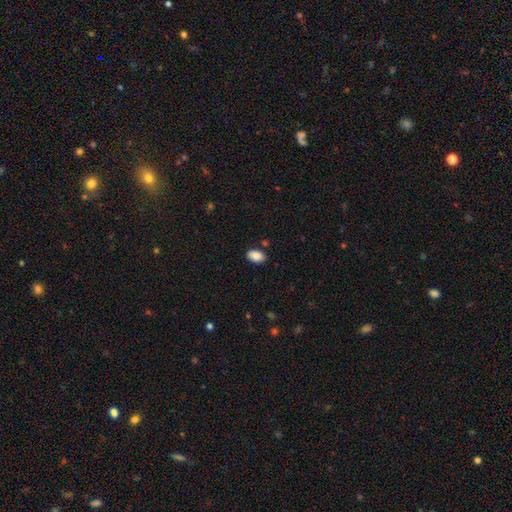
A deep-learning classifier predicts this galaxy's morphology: A smooth galaxy with no disk features (89%) that is in between round and cigar-shaped (90%).

Vote fractions:
- Smooth or featured? smooth: 89% / star or artifact: 7% / featured or disk: 4%
- How rounded? in between: 90% / round: 9% / cigar-shaped: 1%
- Merging? none: 83% / minor disturbance: 12% / major disturbance: 3% / merger: 2%